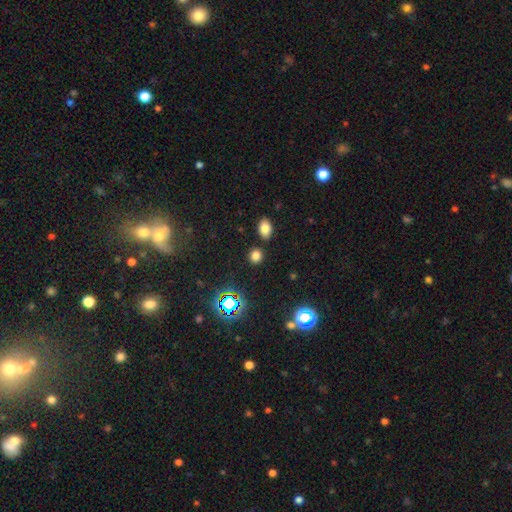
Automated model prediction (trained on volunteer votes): Smooth or featured? Predicted: smooth (p=0.74). How rounded? Predicted: round (p=0.67). Merging? Predicted: none (p=0.81).